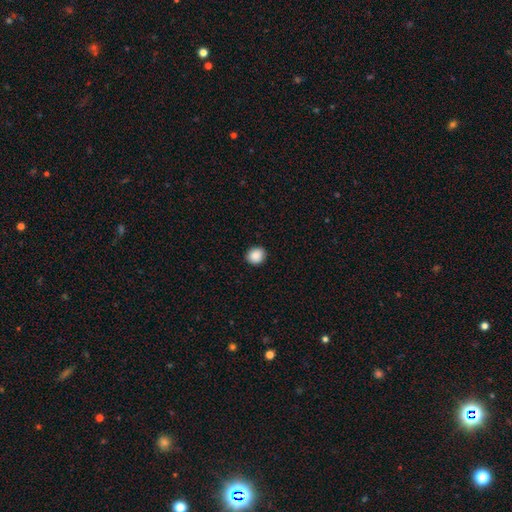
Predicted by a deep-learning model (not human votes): Overall: smooth (89%). How rounded: round (72%). Merging: none (89%).